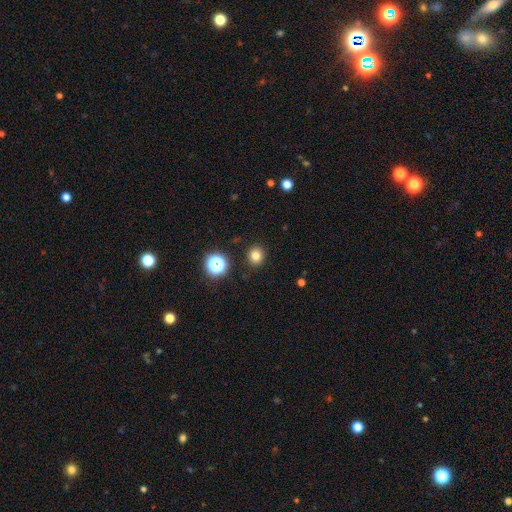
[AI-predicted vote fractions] Overall: smooth (79%). How rounded: round (85%). Merging: none (91%).